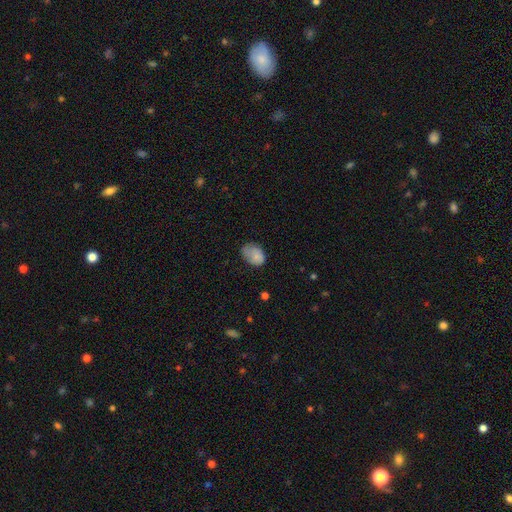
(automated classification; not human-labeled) A smooth galaxy with no disk features (79%) that is in between round and cigar-shaped (77%). Merging: none (51%).